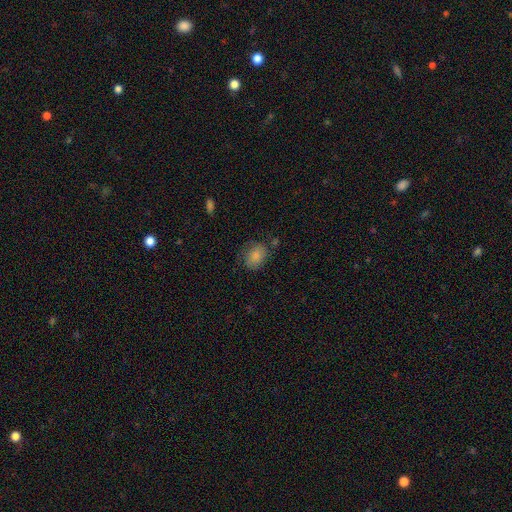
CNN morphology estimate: A smooth galaxy with no disk features (76%) that is in between round and cigar-shaped (55%).

Vote fractions:
- Smooth or featured? smooth: 76% / featured or disk: 16% / star or artifact: 9%
- How rounded? in between: 55% / round: 44% / cigar-shaped: 1%
- Merging? none: 60% / minor disturbance: 25% / major disturbance: 11% / merger: 3%